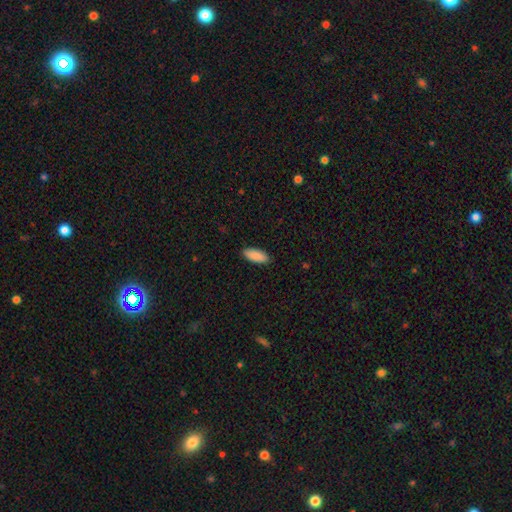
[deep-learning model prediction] The model was most divided on "how rounded": in between: 81%, cigar-shaped: 18%, round: 2%. More confident: smooth or featured — smooth (90%); merging — none (89%).